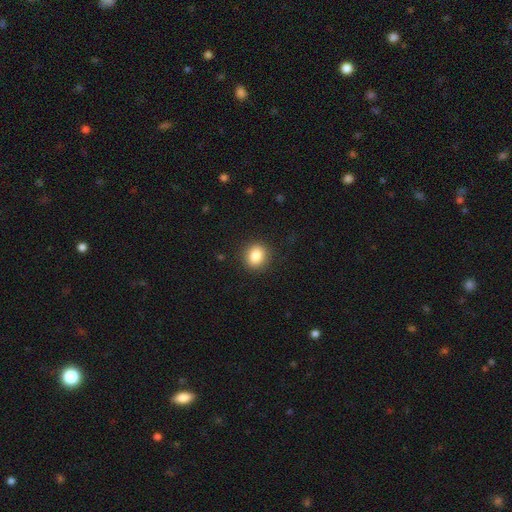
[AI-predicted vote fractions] Morphology: type=smooth (85%); roundness=round (74%); merging=none (89%).